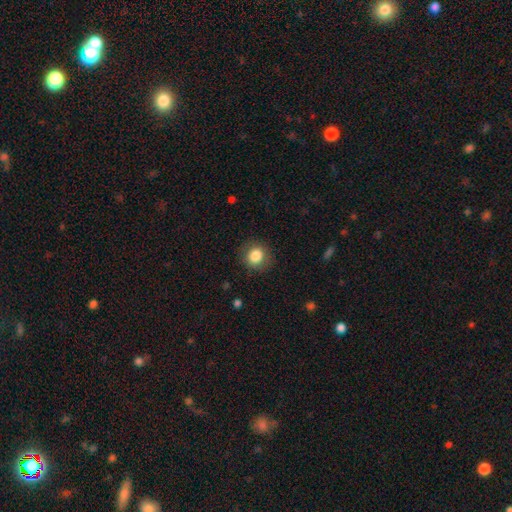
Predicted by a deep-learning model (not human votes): Smooth or featured: smooth — 85% (star or artifact — 9%)
How rounded: round — 79% (in between — 20%)
Merging: none — 85% (minor disturbance — 10%)